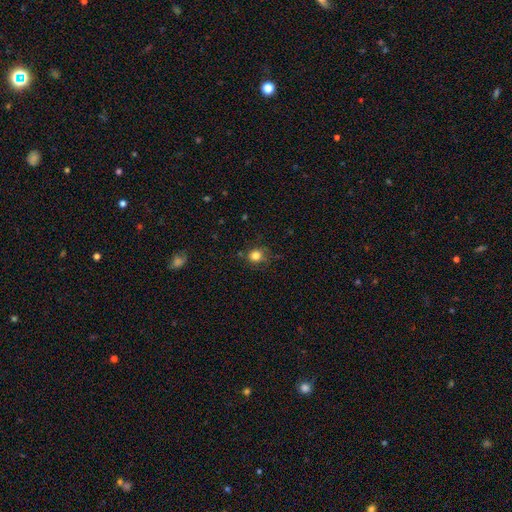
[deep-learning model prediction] Smooth or featured? smooth (81%)
How rounded? round (83%)
Merging? none (73%)